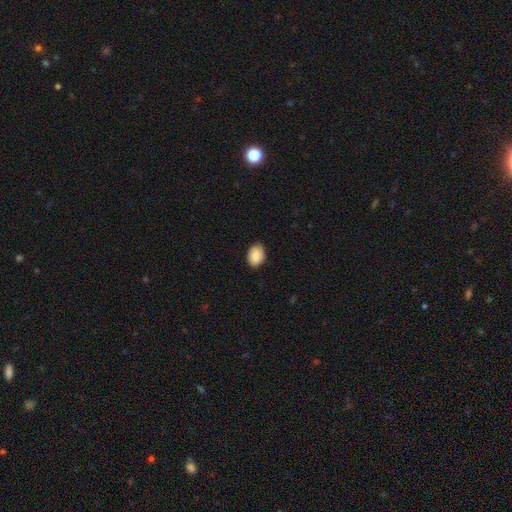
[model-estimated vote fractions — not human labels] Overall: smooth (86%). How rounded: in between (78%). Merging: none (86%).